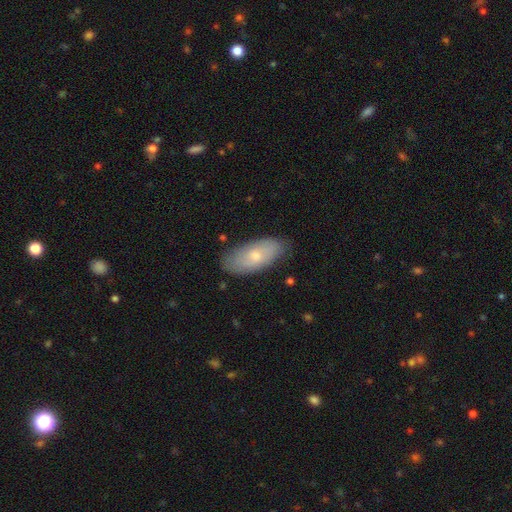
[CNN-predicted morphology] Smooth or featured: smooth — 65% (featured or disk — 28%)
How rounded: in between — 89% (cigar-shaped — 8%)
Merging: none — 79% (minor disturbance — 17%)